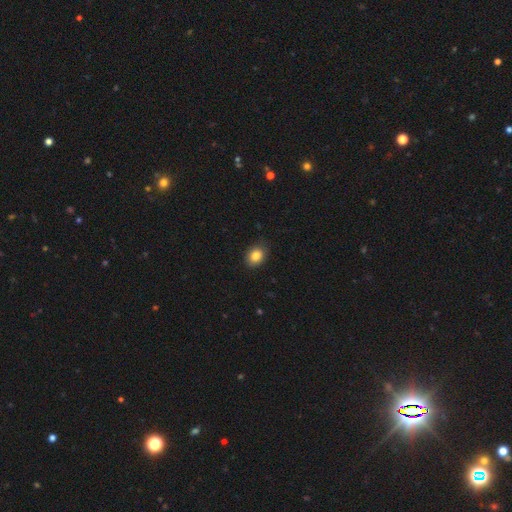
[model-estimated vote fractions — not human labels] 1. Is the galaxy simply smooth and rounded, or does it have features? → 85% smooth, 9% star or artifact, 6% featured or disk.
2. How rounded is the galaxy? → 59% in between, 40% round, 1% cigar-shaped.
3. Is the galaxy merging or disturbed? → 84% none, 12% minor disturbance, 2% major disturbance, 1% merger.